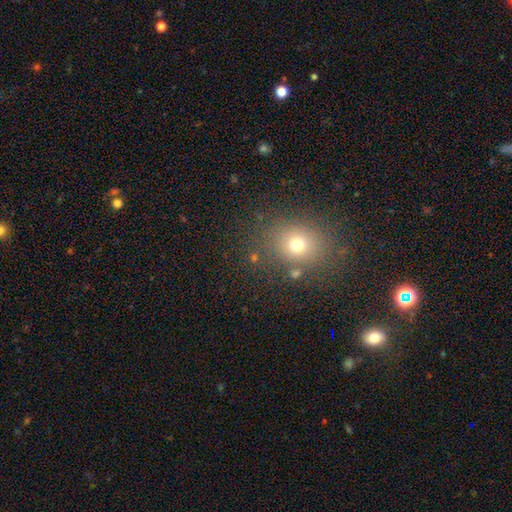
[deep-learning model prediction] A smooth galaxy with no disk features (63%) that is round (67%).

Vote fractions:
- Smooth or featured? smooth: 63% / star or artifact: 26% / featured or disk: 11%
- How rounded? round: 67% / in between: 32% / cigar-shaped: 1%
- Merging? none: 81% / minor disturbance: 10% / major disturbance: 4% / merger: 4%